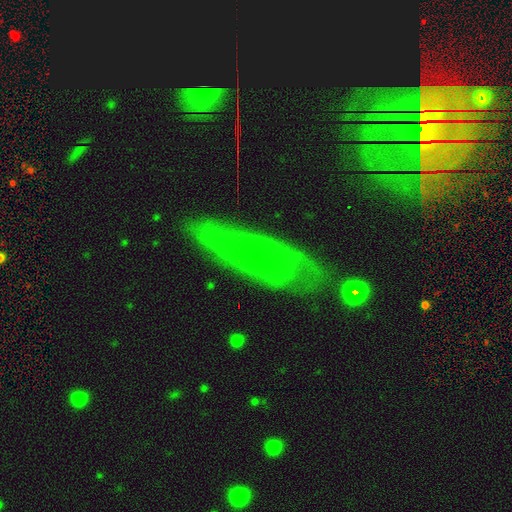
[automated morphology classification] Smooth or featured? featured or disk (57%)
Edge-on disk? no (71%)
Merging? none (74%)